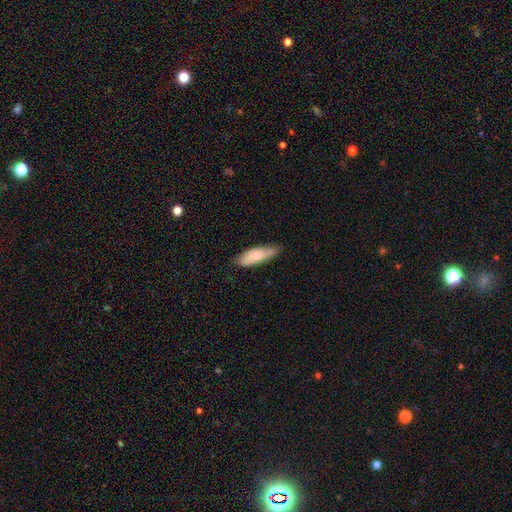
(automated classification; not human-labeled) smooth_or_featured: smooth (p=0.74) [alt: featured or disk p=0.21]
how_rounded: in between (p=0.55) [alt: cigar-shaped p=0.43]
merging: none (p=0.70) [alt: minor disturbance p=0.24]